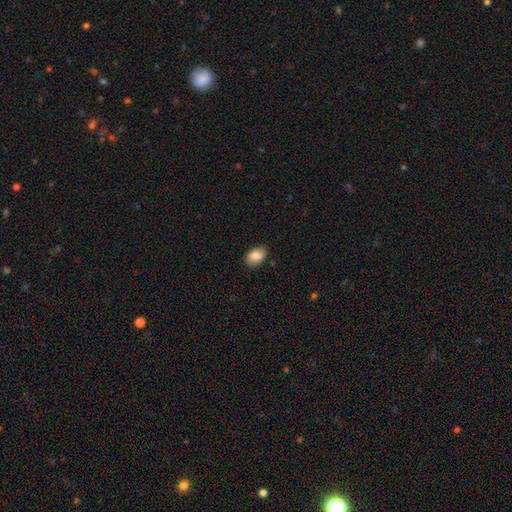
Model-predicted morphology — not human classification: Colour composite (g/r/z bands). It shows a smooth galaxy with no disk features (84%) that is in between round and cigar-shaped (88%). Merging: none (84%).